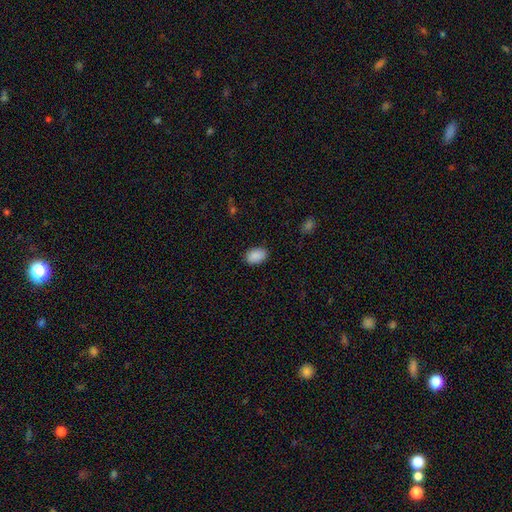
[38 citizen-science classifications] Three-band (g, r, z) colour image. It shows a smooth galaxy with no disk features (97%) that is in between round and cigar-shaped (95%). Merging: none (78%).